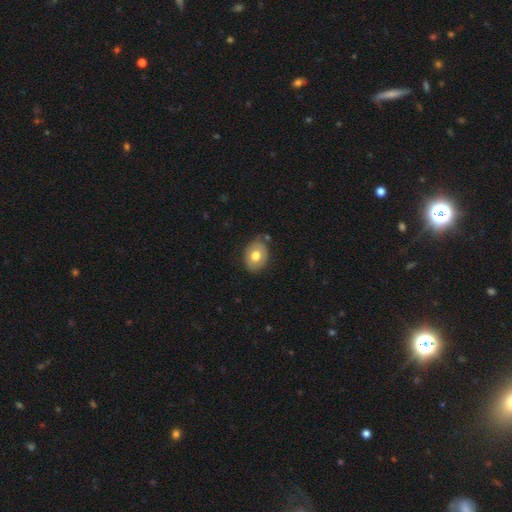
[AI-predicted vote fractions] smooth_or_featured: smooth (p=0.67) [alt: featured or disk p=0.26]
how_rounded: in between (p=0.63) [alt: round p=0.36]
merging: none (p=0.76) [alt: minor disturbance p=0.17]